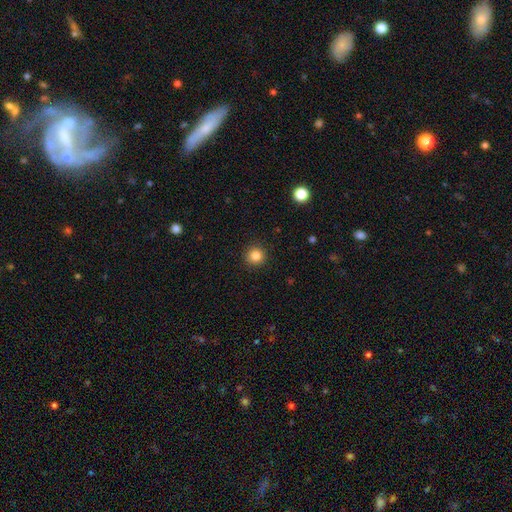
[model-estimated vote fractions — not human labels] Morphology: type=smooth (84%); roundness=round (95%); merging=none (92%).